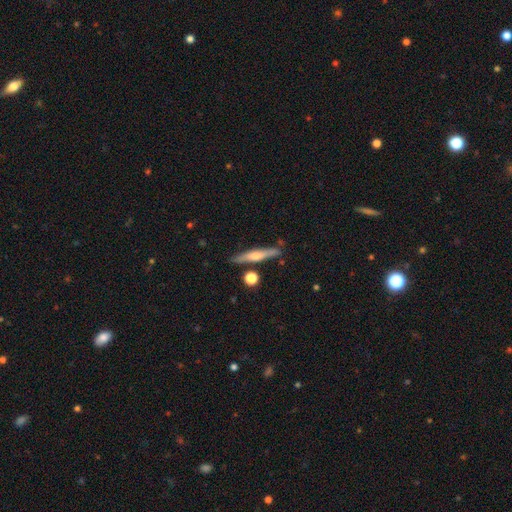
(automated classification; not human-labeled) Smooth or featured?
  - featured or disk: 57% *
  - smooth: 36%
  - star or artifact: 7%
Edge-on disk?
  - yes: 95% *
  - no: 5%
Edge-on bulge?
  - rounded: 79% *
  - none: 14%
  - boxy: 7%
Merging?
  - none: 83% *
  - minor disturbance: 10%
  - merger: 4%
  - major disturbance: 2%